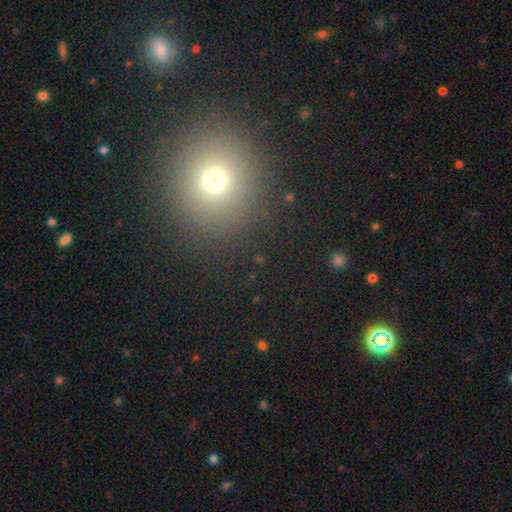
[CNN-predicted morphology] Overall: smooth (63%; star or artifact 29%). How rounded: round (89%). Merging: none (90%).